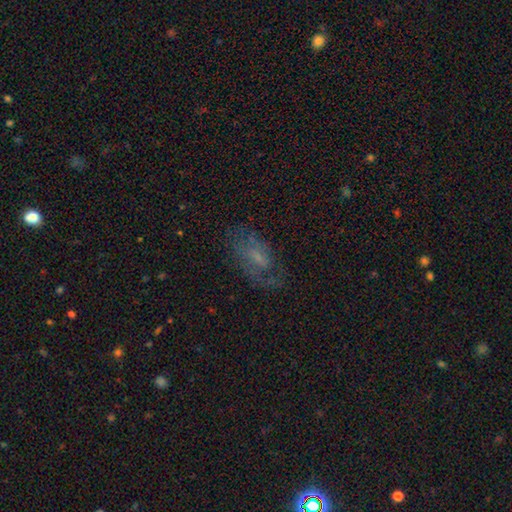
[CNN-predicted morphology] This appears to be a featured or disk galaxy (55%) with a weak bar (45%), spiral arms (73%) and a small central bulge (40%). Merging: none (60%).